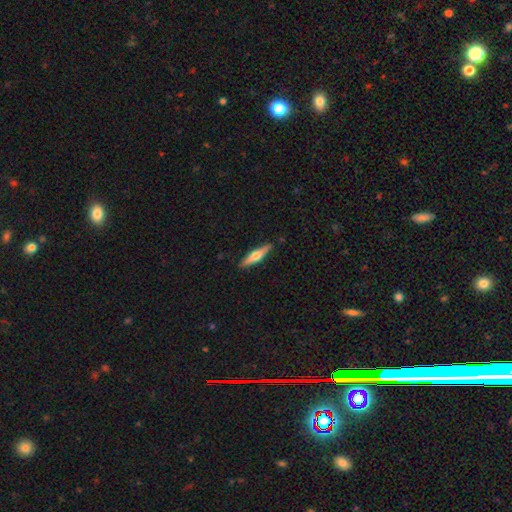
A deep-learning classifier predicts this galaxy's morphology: A featured or disk galaxy (54%) viewed edge-on (95%) with a rounded central bulge (92%).

Vote fractions:
- Smooth or featured? featured or disk: 54% / smooth: 41% / star or artifact: 5%
- Edge-on disk? yes: 95% / no: 5%
- Edge-on bulge? rounded: 92% / boxy: 4% / none: 4%
- Merging? none: 89% / minor disturbance: 8% / major disturbance: 2% / merger: 1%